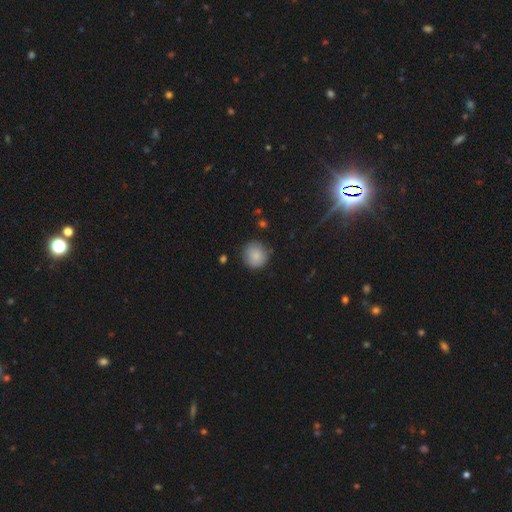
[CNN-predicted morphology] smooth_or_featured: smooth (p=0.85) [alt: star or artifact p=0.08]
how_rounded: round (p=0.92) [alt: in between p=0.07]
merging: none (p=0.82) [alt: minor disturbance p=0.14]